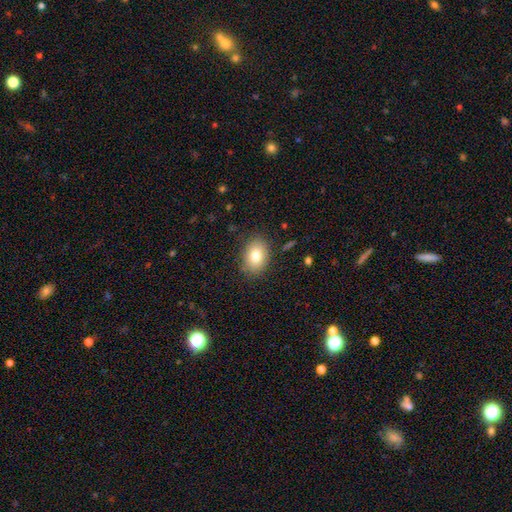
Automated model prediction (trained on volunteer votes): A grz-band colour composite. It shows a smooth galaxy with no disk features (81%) that is in between round and cigar-shaped (76%). Merging: none (84%).